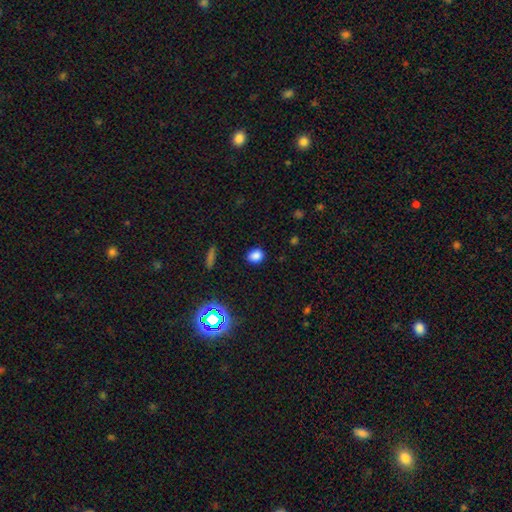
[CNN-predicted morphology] Q: Smooth or featured?
A: smooth (83%); runner-up: star or artifact (13%)
Q: How rounded?
A: round (51%); runner-up: in between (47%)
Q: Merging?
A: none (86%); runner-up: minor disturbance (10%)